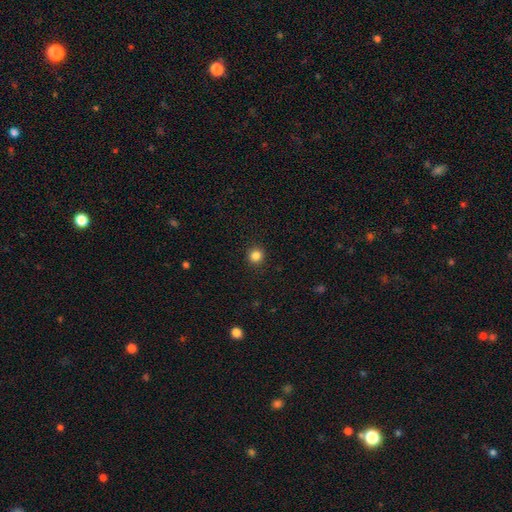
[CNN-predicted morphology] The model was most divided on "smooth or featured": smooth: 85%, star or artifact: 12%, featured or disk: 4%. More confident: how rounded — round (94%); merging — none (92%).